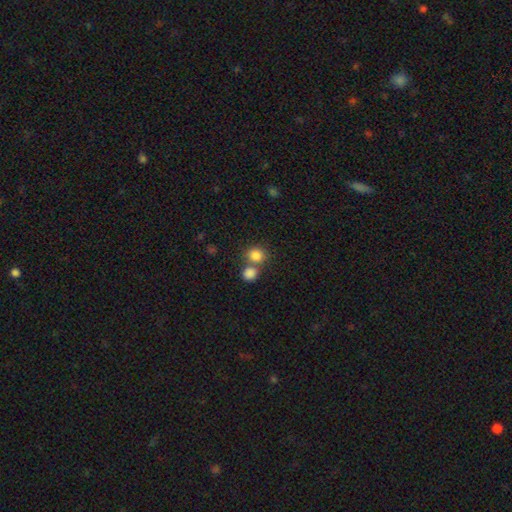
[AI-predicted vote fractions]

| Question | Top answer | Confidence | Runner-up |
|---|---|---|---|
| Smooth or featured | smooth | 84% | star or artifact (10%) |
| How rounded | round | 80% | in between (19%) |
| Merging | none | 52% | merger (37%) |